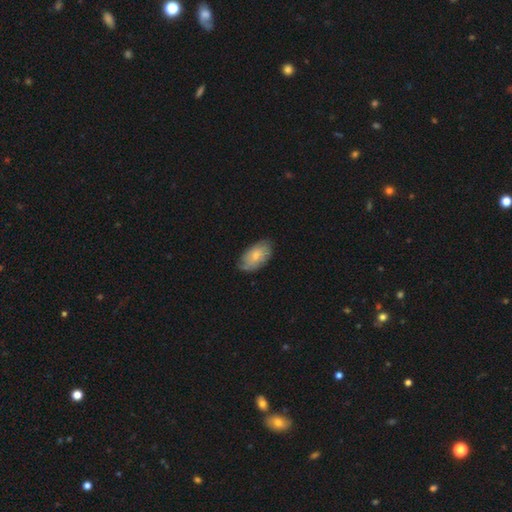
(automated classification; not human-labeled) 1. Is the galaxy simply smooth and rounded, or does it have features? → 59% smooth, 35% featured or disk, 6% star or artifact.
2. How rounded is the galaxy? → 93% in between, 5% round, 2% cigar-shaped.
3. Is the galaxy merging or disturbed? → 69% none, 25% minor disturbance, 5% major disturbance, 1% merger.